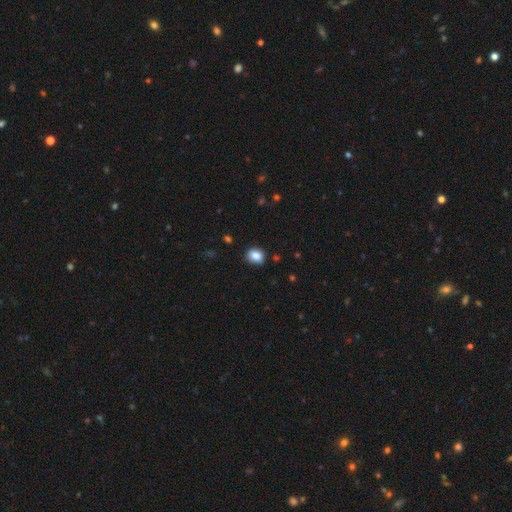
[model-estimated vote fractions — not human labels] Morphology: type=smooth (86%); roundness=round (52%); merging=none (80%).